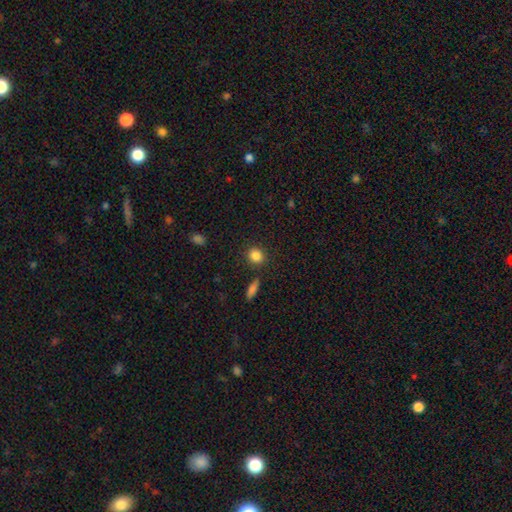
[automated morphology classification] Smooth or featured? smooth (86%)
How rounded? round (73%)
Merging? none (86%)